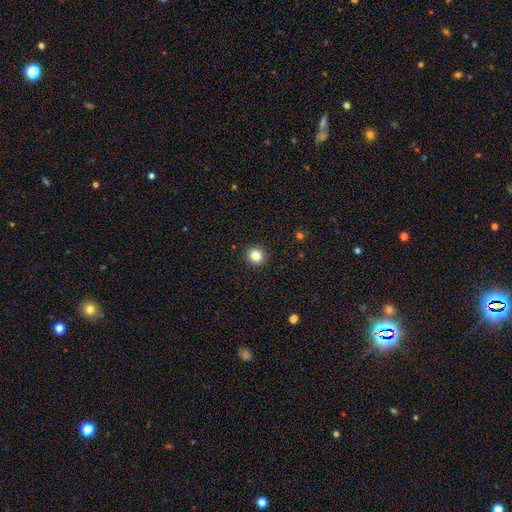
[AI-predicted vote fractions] Q: Smooth or featured?
A: smooth (83%); runner-up: star or artifact (11%)
Q: How rounded?
A: round (92%); runner-up: in between (7%)
Q: Merging?
A: none (93%); runner-up: minor disturbance (5%)